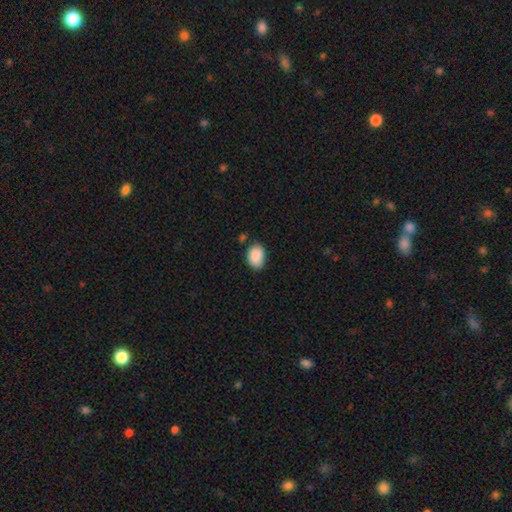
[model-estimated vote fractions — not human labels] Morphology: type=smooth (89%); roundness=in between (80%); merging=none (76%).